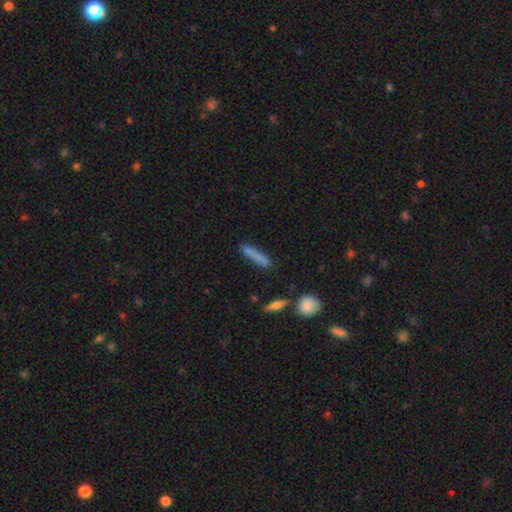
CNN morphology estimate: type=smooth (74%); roundness=cigar-shaped (88%); merging=none (71%).